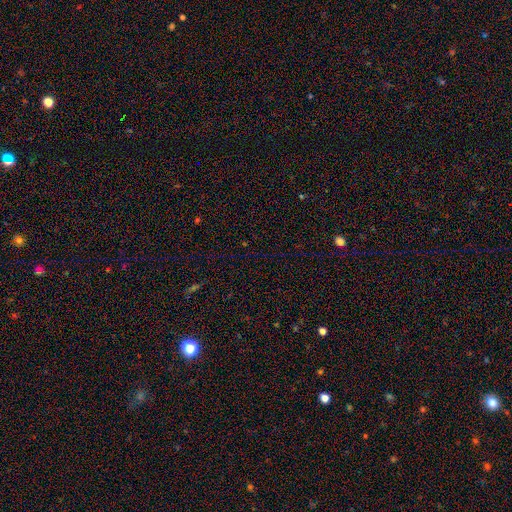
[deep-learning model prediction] Smooth or featured?
  - star or artifact: 70% *
  - smooth: 23%
  - featured or disk: 7%